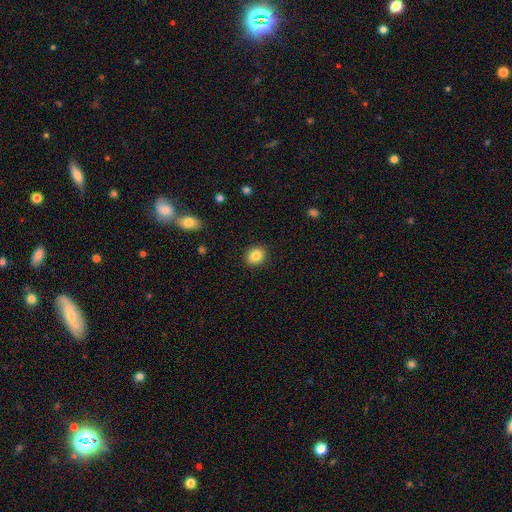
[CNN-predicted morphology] This appears to be a smooth galaxy with no disk features (85%) that is round (68%). Merging: none (90%).